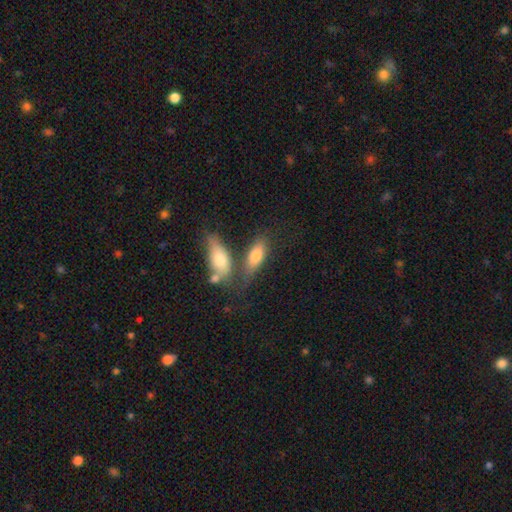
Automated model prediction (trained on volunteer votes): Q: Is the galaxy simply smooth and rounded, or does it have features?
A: smooth — 75%.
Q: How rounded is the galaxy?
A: in between — 75%.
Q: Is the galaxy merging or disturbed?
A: none — 49%.